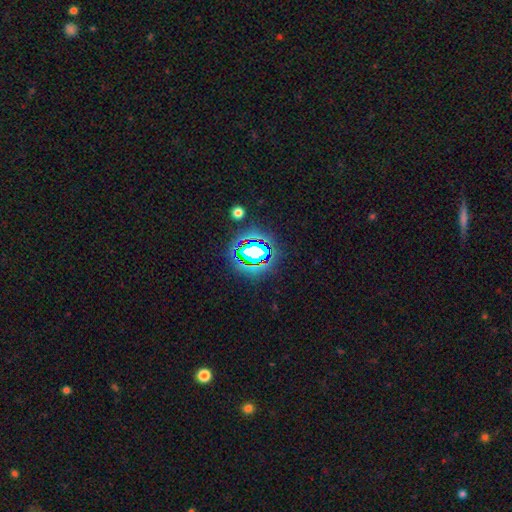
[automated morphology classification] A star or artifact, not a galaxy (63%).